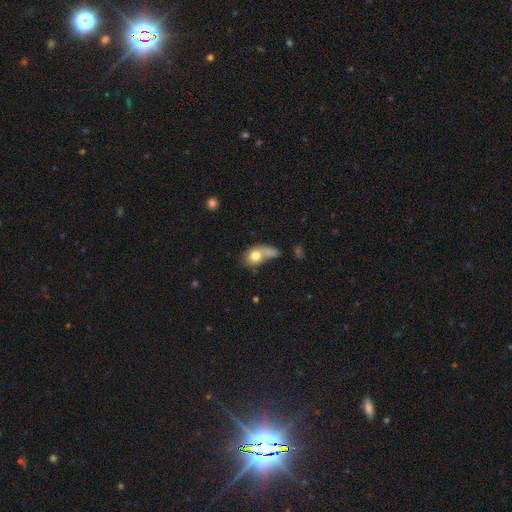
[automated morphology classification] smooth_or_featured: smooth (p=0.74) [alt: featured or disk p=0.17]
how_rounded: in between (p=0.58) [alt: round p=0.39]
merging: merger (p=0.42) [alt: none p=0.24]